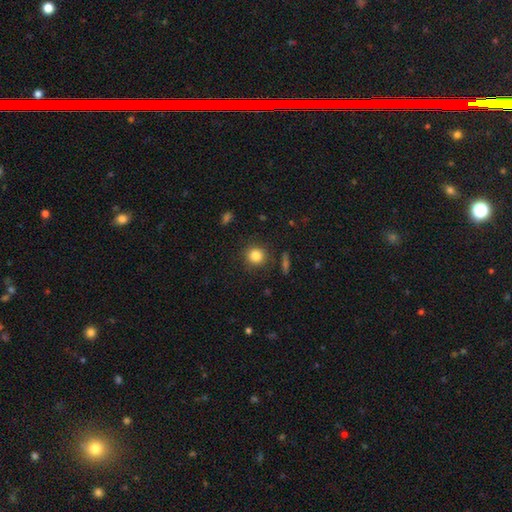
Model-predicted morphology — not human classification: The model was most divided on "smooth or featured": smooth: 83%, star or artifact: 11%, featured or disk: 6%. More confident: how rounded — round (92%); merging — none (90%).